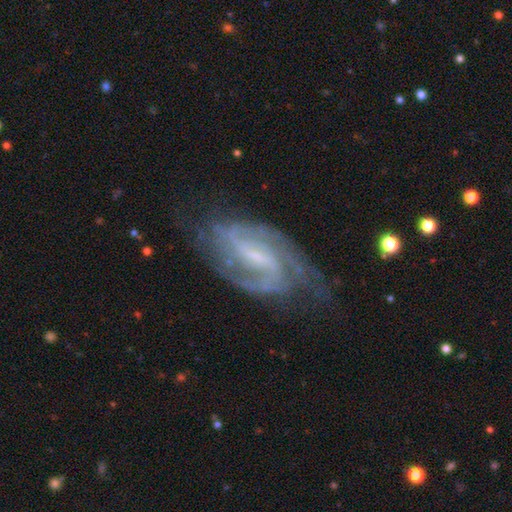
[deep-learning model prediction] Q: Smooth or featured?
A: featured or disk (89%); runner-up: star or artifact (5%)
Q: Edge-on disk?
A: no (96%); runner-up: yes (4%)
Q: Bar?
A: weak (49%); runner-up: strong (35%)
Q: Spiral arms?
A: yes (97%); runner-up: no (3%)
Q: Spiral winding?
A: medium (50%); runner-up: tight (35%)
Q: Spiral arm count?
A: 2 (76%); runner-up: can't tell (9%)
Q: Bulge size?
A: small (62%); runner-up: moderate (18%)
Q: Merging?
A: none (66%); runner-up: minor disturbance (21%)